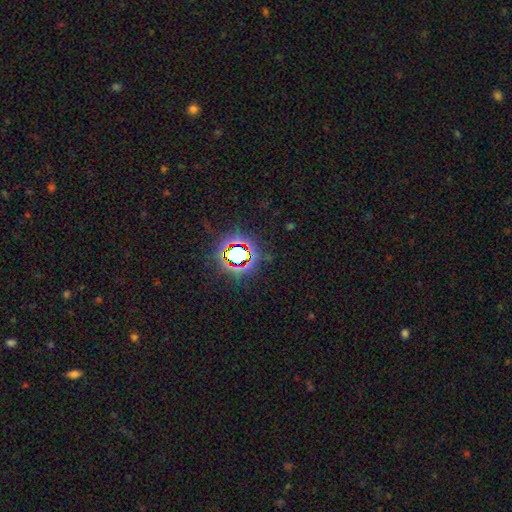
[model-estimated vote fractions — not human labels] Smooth or featured?
  - star or artifact: 80% *
  - smooth: 12%
  - featured or disk: 8%